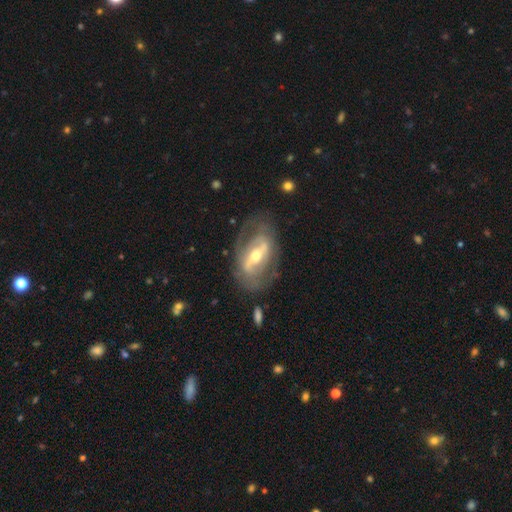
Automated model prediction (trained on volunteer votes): Q: Smooth or featured?
A: featured or disk (79%); runner-up: smooth (15%)
Q: Edge-on disk?
A: no (91%); runner-up: yes (9%)
Q: Bar?
A: strong (58%); runner-up: weak (28%)
Q: Spiral arms?
A: yes (63%); runner-up: no (37%)
Q: Bulge size?
A: moderate (62%); runner-up: small (31%)
Q: Merging?
A: none (68%); runner-up: minor disturbance (18%)